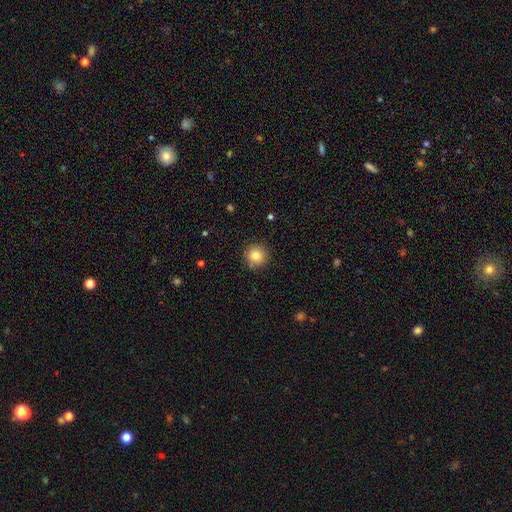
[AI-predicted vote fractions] This is clearly a smooth galaxy (83%). How rounded: clearly round (94%). Merging: clearly none (90%).